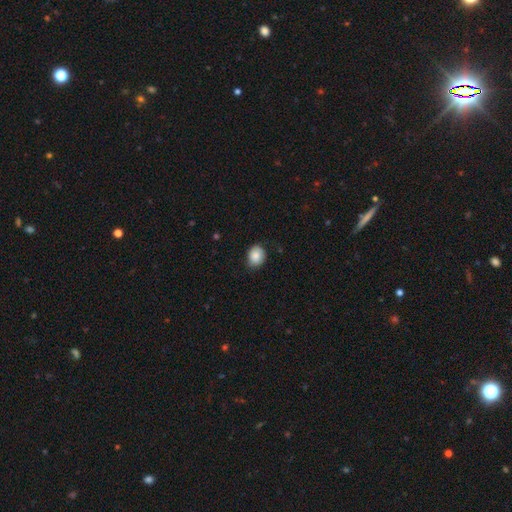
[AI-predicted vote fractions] Smooth or featured?
  - smooth: 87% *
  - star or artifact: 8%
  - featured or disk: 5%
How rounded?
  - round: 55% *
  - in between: 44%
  - cigar-shaped: 1%
Merging?
  - none: 79% *
  - minor disturbance: 17%
  - major disturbance: 3%
  - merger: 1%